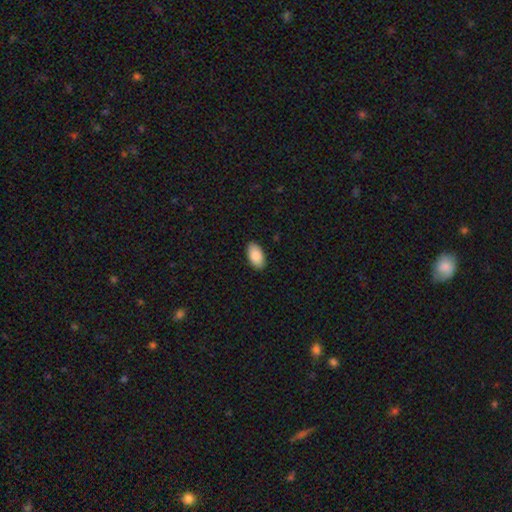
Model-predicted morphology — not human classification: Smooth or featured? smooth (87%)
How rounded? in between (95%)
Merging? none (89%)